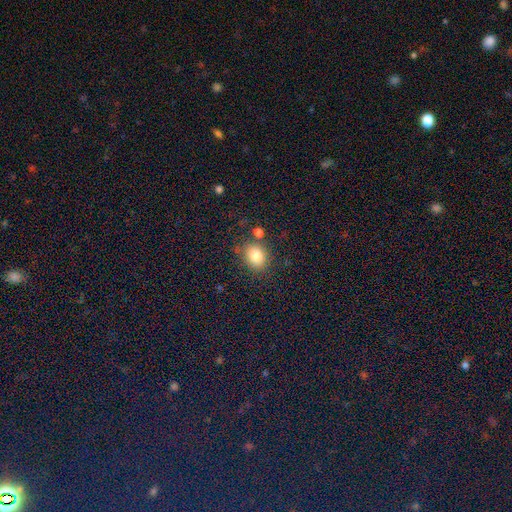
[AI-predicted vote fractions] Smooth or featured? Predicted: smooth (p=0.83). How rounded? Predicted: round (p=0.53). Merging? Predicted: none (p=0.75).